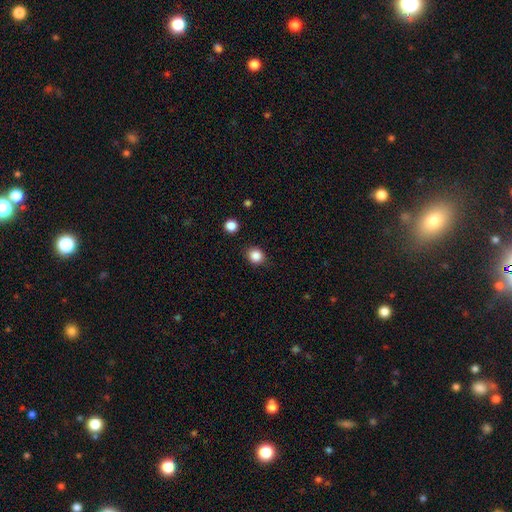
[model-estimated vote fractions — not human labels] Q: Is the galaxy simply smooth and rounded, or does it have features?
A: smooth — 85%.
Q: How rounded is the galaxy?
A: round — 80%.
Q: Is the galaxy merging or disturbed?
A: none — 87%.